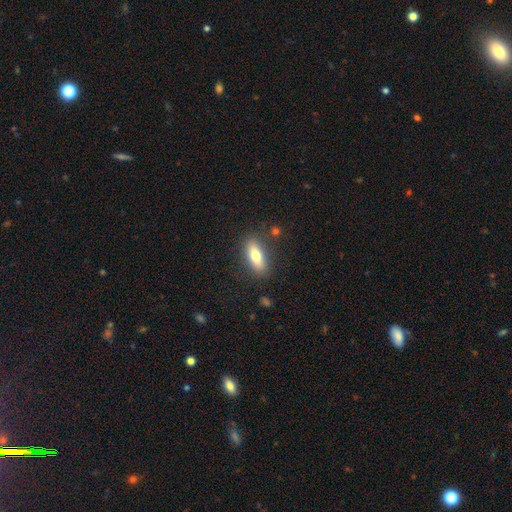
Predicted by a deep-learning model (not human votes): Smooth or featured?
  - smooth: 69% *
  - featured or disk: 24%
  - star or artifact: 7%
How rounded?
  - in between: 67% *
  - cigar-shaped: 29%
  - round: 4%
Merging?
  - none: 84% *
  - minor disturbance: 11%
  - major disturbance: 3%
  - merger: 2%